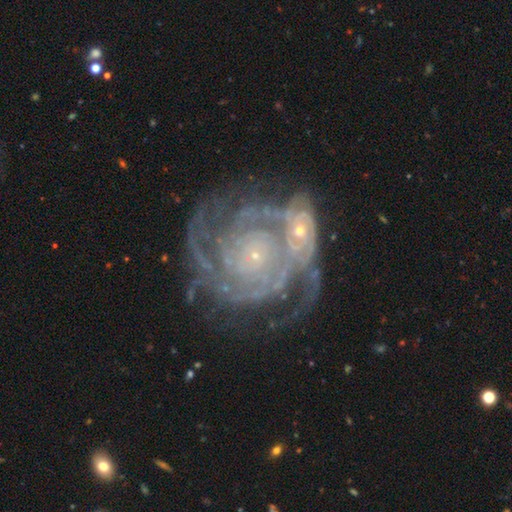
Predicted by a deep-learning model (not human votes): Overall: featured or disk (90%). Edge-on disk: no (97%). Bar: no (75%). Spiral arms: yes (98%). Spiral arm count: 2 (32%; 3 20%). Spiral winding: tight (78%). Bulge size: small (87%). Merging: none (48%; merger 28%).